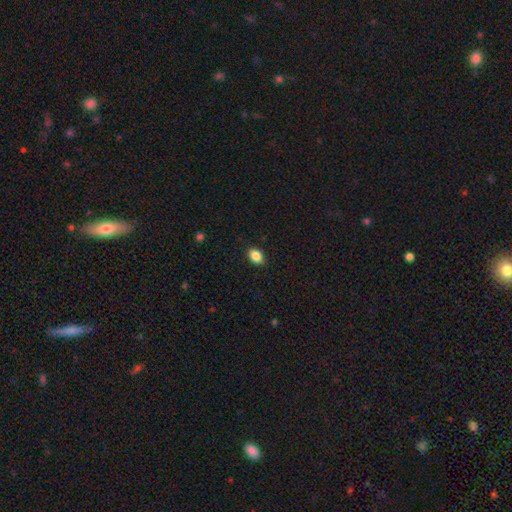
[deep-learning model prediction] Smooth or featured: smooth — 87% (star or artifact — 9%)
How rounded: in between — 77% (round — 22%)
Merging: none — 88% (minor disturbance — 9%)